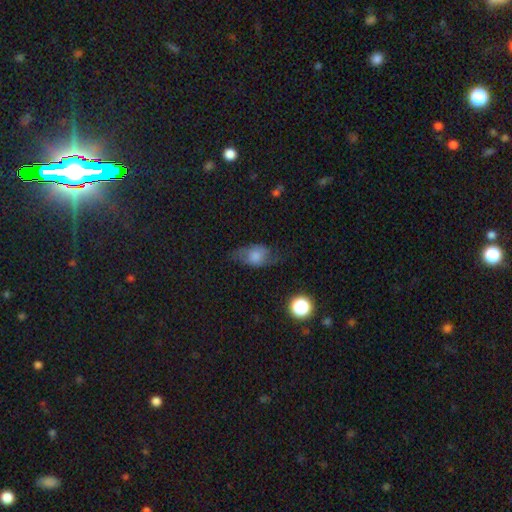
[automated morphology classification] This appears to be a smooth galaxy with no disk features (60%) that is in between round and cigar-shaped (81%). Merging: none (52%).